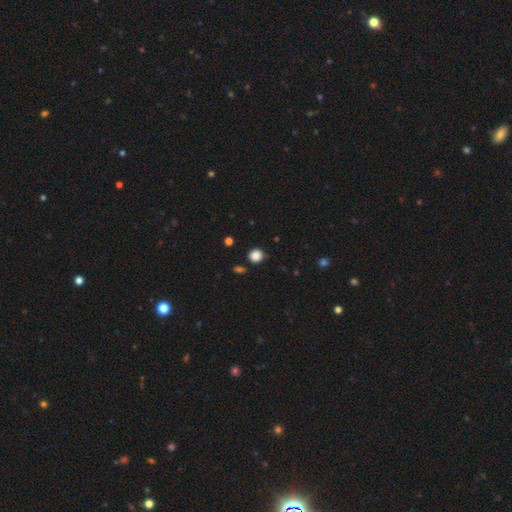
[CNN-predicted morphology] A smooth galaxy with no disk features (86%) that is round (91%). Merging: none (84%).